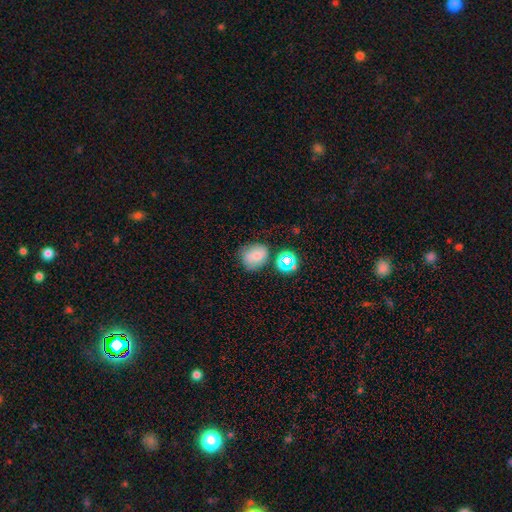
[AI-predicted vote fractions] A smooth galaxy with no disk features (67%) that is round (58%). Merging: none (63%).